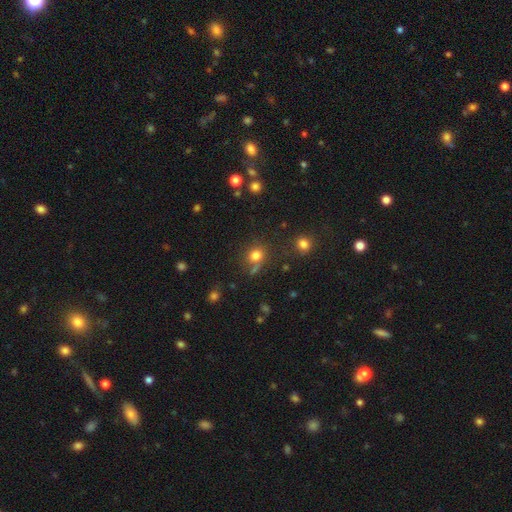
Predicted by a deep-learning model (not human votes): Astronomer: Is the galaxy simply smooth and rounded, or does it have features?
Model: smooth — 78%.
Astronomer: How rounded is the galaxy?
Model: round — 80%.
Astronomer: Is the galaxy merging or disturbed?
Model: none — 69%.